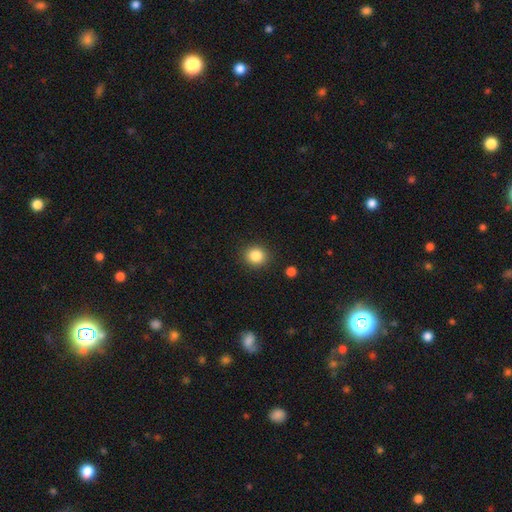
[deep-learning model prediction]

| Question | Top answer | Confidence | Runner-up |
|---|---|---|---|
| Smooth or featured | smooth | 85% | star or artifact (10%) |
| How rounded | round | 80% | in between (19%) |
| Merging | none | 89% | minor disturbance (7%) |